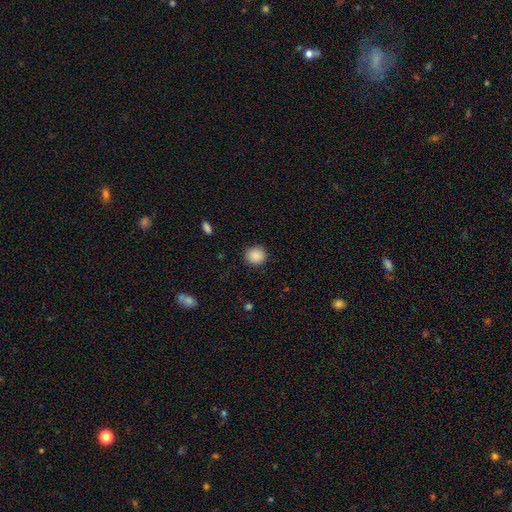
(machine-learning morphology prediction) A smooth galaxy with no disk features (88%) that is round (88%).

Vote fractions:
- Smooth or featured? smooth: 88% / star or artifact: 9% / featured or disk: 3%
- How rounded? round: 88% / in between: 11% / cigar-shaped: 1%
- Merging? none: 90% / minor disturbance: 7% / major disturbance: 2% / merger: 1%